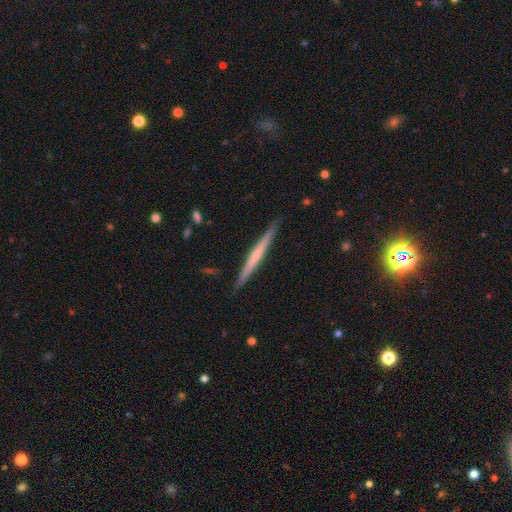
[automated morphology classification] smooth_or_featured: featured or disk (p=0.54) [alt: smooth p=0.41]
disk_edge_on: yes (p=0.98) [alt: no p=0.02]
edge_on_bulge: none (p=0.71) [alt: rounded p=0.21]
merging: none (p=0.91) [alt: minor disturbance p=0.07]